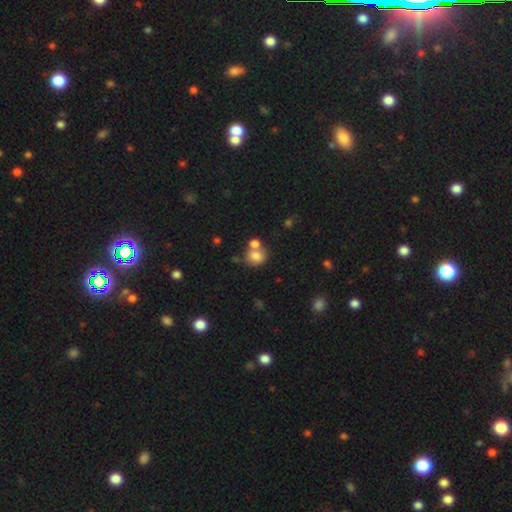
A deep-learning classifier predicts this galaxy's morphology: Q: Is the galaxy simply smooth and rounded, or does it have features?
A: smooth — 78%.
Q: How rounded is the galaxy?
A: round — 58%.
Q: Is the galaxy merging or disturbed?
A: merger — 42%, tied with none.